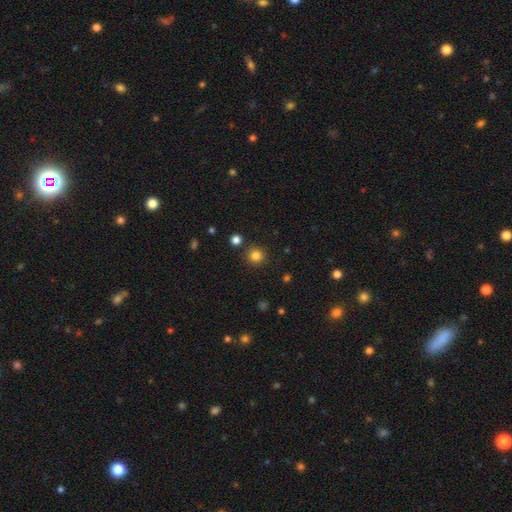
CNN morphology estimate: Smooth or featured? Predicted: smooth (p=0.82). How rounded? Predicted: round (p=0.94). Merging? Predicted: none (p=0.88).